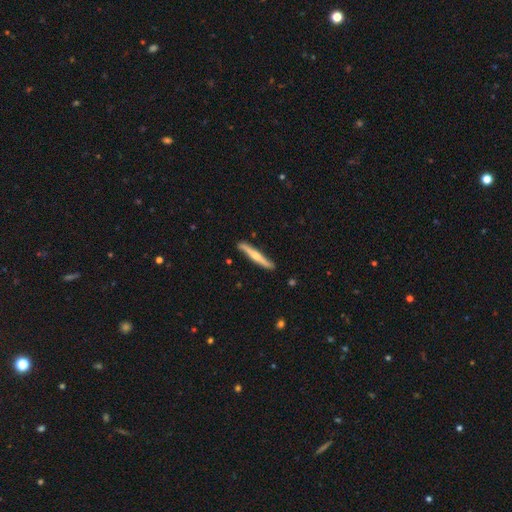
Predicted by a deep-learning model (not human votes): This appears to be a featured or disk galaxy (56%) viewed edge-on (93%) with a rounded central bulge (79%). Merging: none (86%).